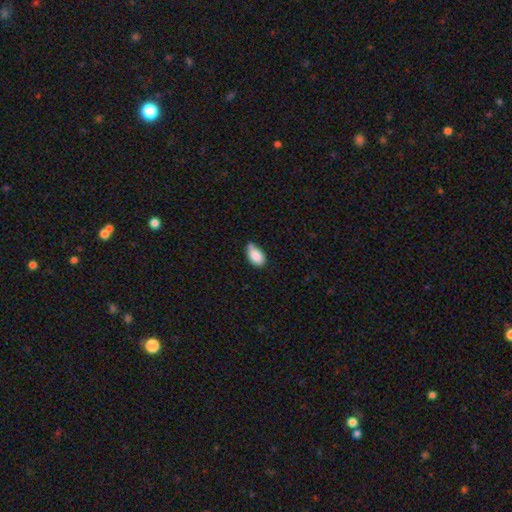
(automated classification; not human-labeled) Smooth or featured?
  - smooth: 86% *
  - star or artifact: 7%
  - featured or disk: 7%
How rounded?
  - in between: 93% *
  - round: 5%
  - cigar-shaped: 2%
Merging?
  - none: 52% *
  - minor disturbance: 38%
  - major disturbance: 5%
  - merger: 5%